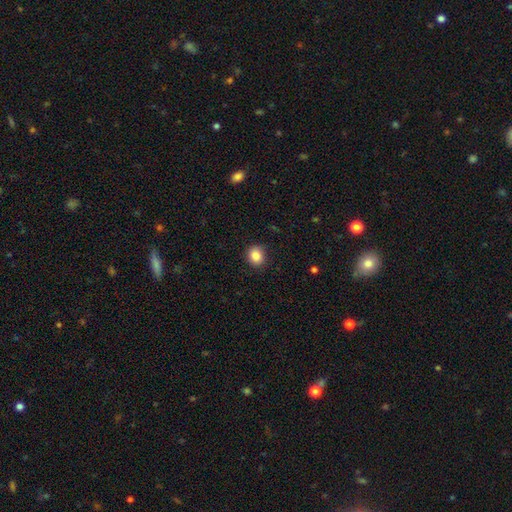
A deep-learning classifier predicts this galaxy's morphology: Smooth or featured? smooth (86%)
How rounded? round (73%)
Merging? none (87%)